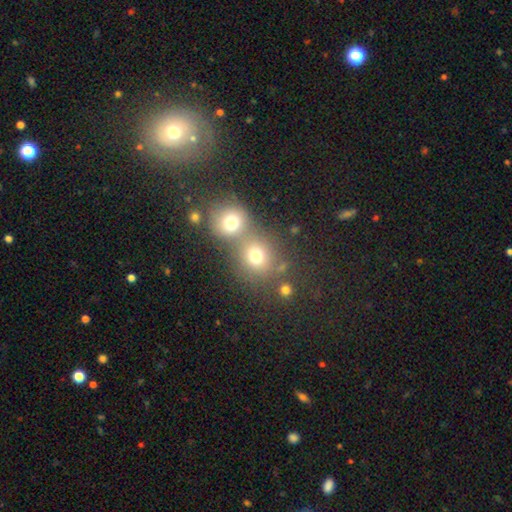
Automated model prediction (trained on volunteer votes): A smooth galaxy with no disk features (74%) that is round (81%). Merging: merger (50%).